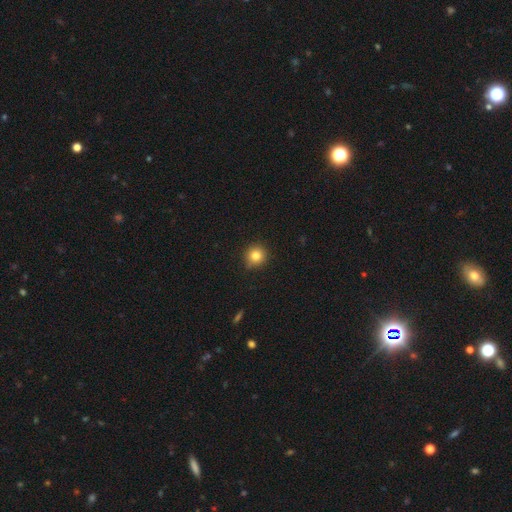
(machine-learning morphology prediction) Overall: smooth (82%). How rounded: round (93%). Merging: none (86%).